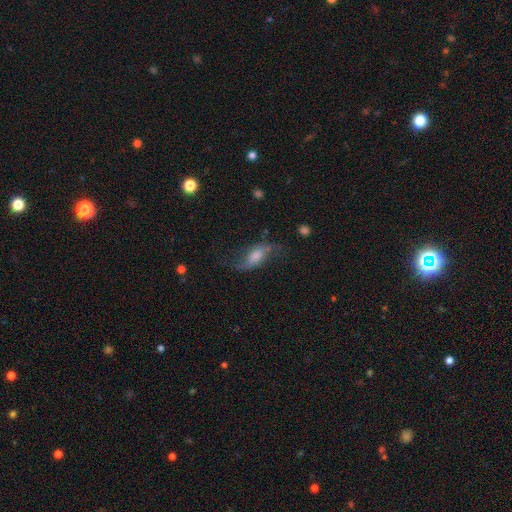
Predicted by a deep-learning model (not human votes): A featured or disk galaxy (63%) with no bar (42%), spiral arms (89%) and a moderate central bulge (37%).

Vote fractions:
- Smooth or featured? featured or disk: 63% / smooth: 26% / star or artifact: 11%
- Edge-on disk? no: 86% / yes: 14%
- Bar? no: 42% / weak: 41% / strong: 17%
- Spiral arms? yes: 89% / no: 11%
- Bulge size? moderate: 37% / small: 25% / large: 19% / none: 15% / dominant: 4%
- Merging? none: 60% / minor disturbance: 21% / major disturbance: 17% / merger: 2%